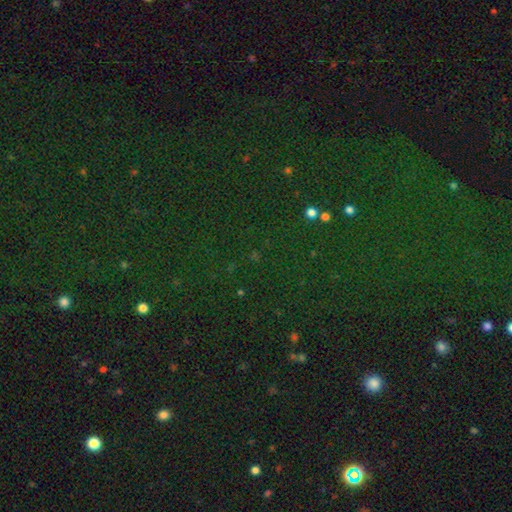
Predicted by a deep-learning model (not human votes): This appears to be a star or artifact, not a galaxy (79%).